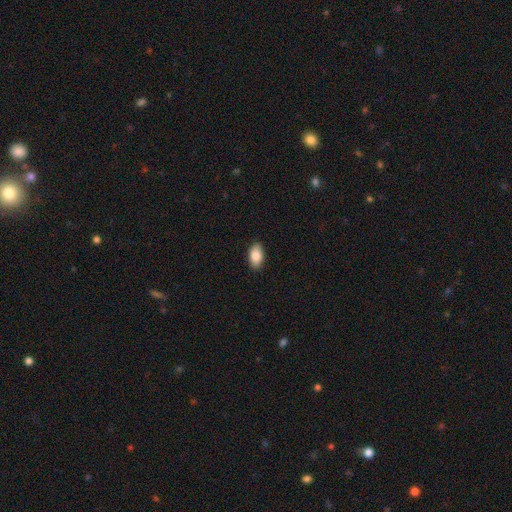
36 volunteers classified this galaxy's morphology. This is clearly a smooth galaxy (94%). How rounded: clearly in between (85%). Merging: clearly none (89%).